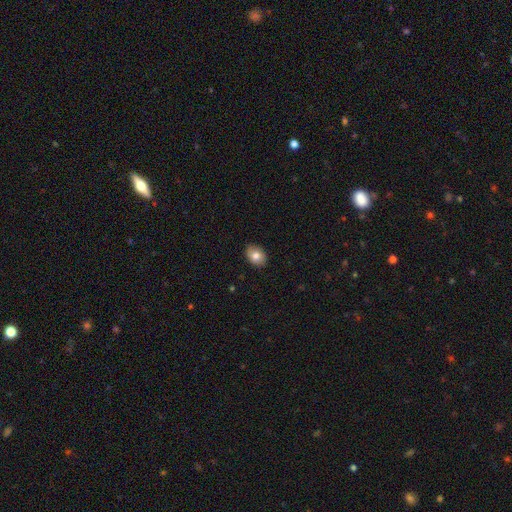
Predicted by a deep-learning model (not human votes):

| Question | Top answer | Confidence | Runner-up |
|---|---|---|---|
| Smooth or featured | smooth | 79% | featured or disk (13%) |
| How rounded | in between | 72% | round (27%) |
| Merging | none | 88% | minor disturbance (10%) |